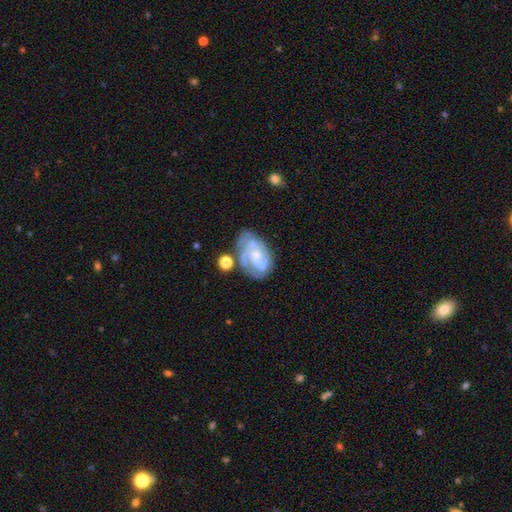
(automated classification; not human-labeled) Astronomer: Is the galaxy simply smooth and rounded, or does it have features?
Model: featured or disk — 77%.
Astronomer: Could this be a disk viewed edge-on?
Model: no — 97%.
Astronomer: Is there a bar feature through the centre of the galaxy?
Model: no — 68%.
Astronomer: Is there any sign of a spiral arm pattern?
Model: yes — 90%.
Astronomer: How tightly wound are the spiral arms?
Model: tight — 56% (runner-up: medium, 34%).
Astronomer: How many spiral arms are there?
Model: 2 — 33% (runner-up: can't tell, 32%).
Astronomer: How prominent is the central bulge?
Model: small — 58%.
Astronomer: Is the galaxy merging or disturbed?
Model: none — 52%.